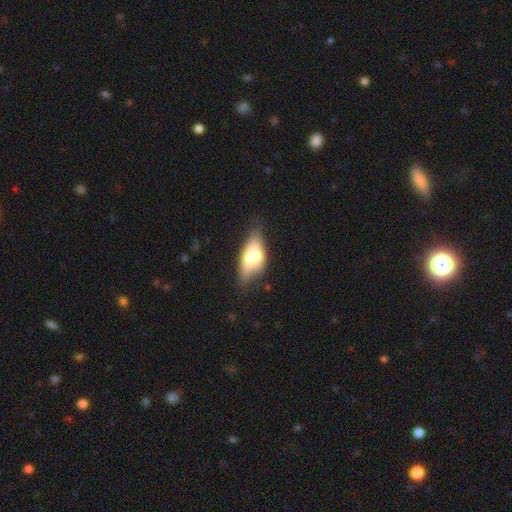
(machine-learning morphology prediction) Smooth or featured? smooth (53%)
How rounded? in between (79%)
Merging? none (38%)